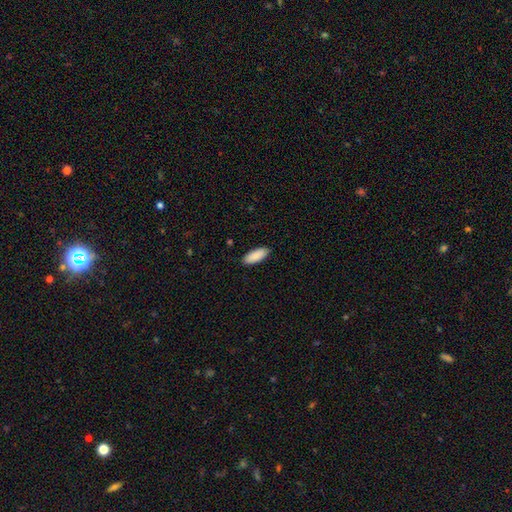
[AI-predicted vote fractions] A smooth galaxy with no disk features (91%) that is in between round and cigar-shaped (82%).

Vote fractions:
- Smooth or featured? smooth: 91% / star or artifact: 5% / featured or disk: 4%
- How rounded? in between: 82% / cigar-shaped: 16% / round: 2%
- Merging? none: 89% / minor disturbance: 8% / major disturbance: 2% / merger: 1%